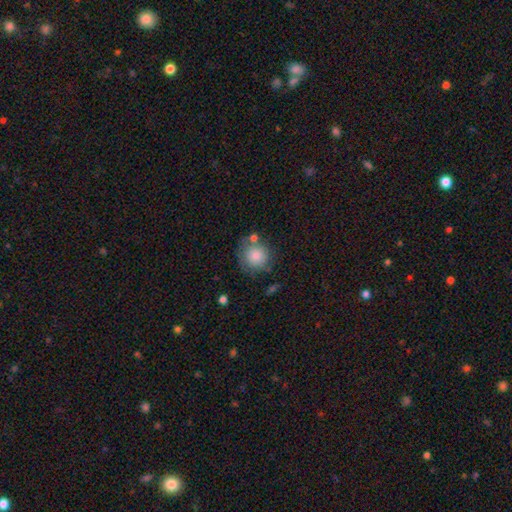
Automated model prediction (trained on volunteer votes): Q: Smooth or featured?
A: smooth (81%); runner-up: featured or disk (11%)
Q: How rounded?
A: round (91%); runner-up: in between (8%)
Q: Merging?
A: none (62%); runner-up: minor disturbance (19%)